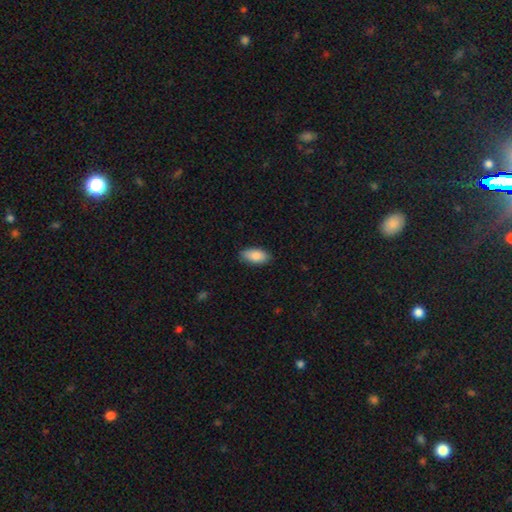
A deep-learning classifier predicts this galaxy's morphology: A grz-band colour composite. It shows a smooth galaxy with no disk features (87%) that is in between round and cigar-shaped (92%). Merging: none (86%).